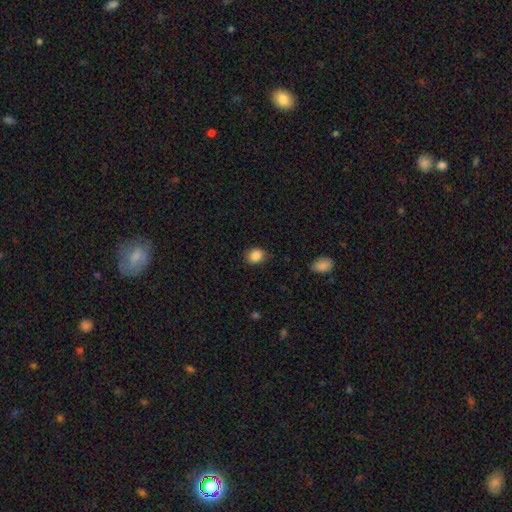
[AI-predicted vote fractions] Smooth or featured? Predicted: smooth (p=0.87). How rounded? Predicted: round (p=0.67). Merging? Predicted: none (p=0.81).